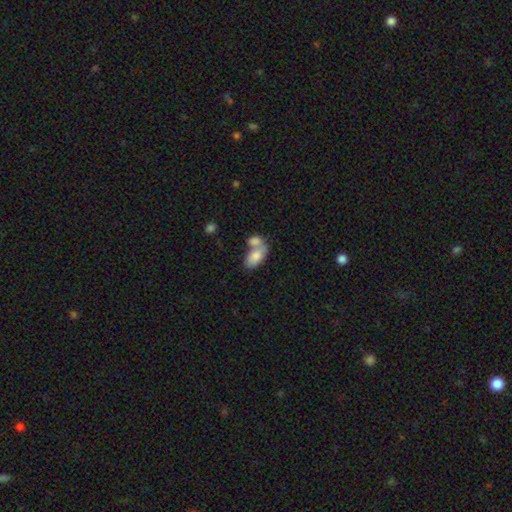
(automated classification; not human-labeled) Q: Smooth or featured?
A: smooth (79%); runner-up: featured or disk (14%)
Q: How rounded?
A: in between (93%); runner-up: round (5%)
Q: Merging?
A: merger (61%); runner-up: none (24%)